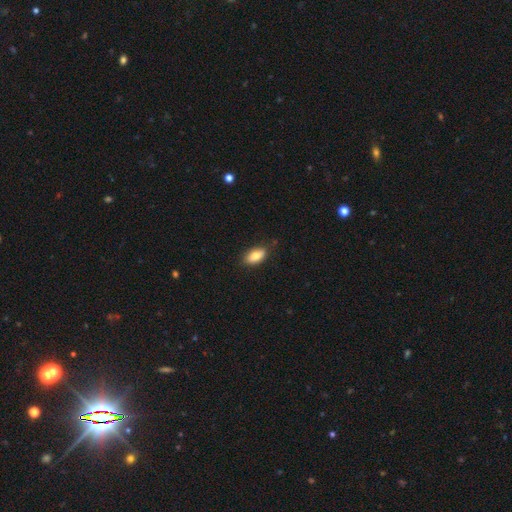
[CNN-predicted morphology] The model was most divided on "merging": none: 81%, minor disturbance: 15%, major disturbance: 3%, merger: 1%. More confident: how rounded — in between (90%); smooth or featured — smooth (81%).